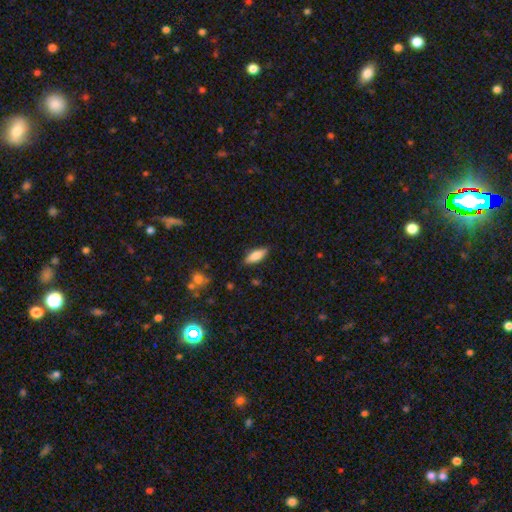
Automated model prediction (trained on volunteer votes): A smooth galaxy with no disk features (80%) that is in between round and cigar-shaped (67%).

Vote fractions:
- Smooth or featured? smooth: 80% / featured or disk: 13% / star or artifact: 6%
- How rounded? in between: 67% / cigar-shaped: 31% / round: 2%
- Merging? none: 84% / minor disturbance: 13% / major disturbance: 2% / merger: 1%